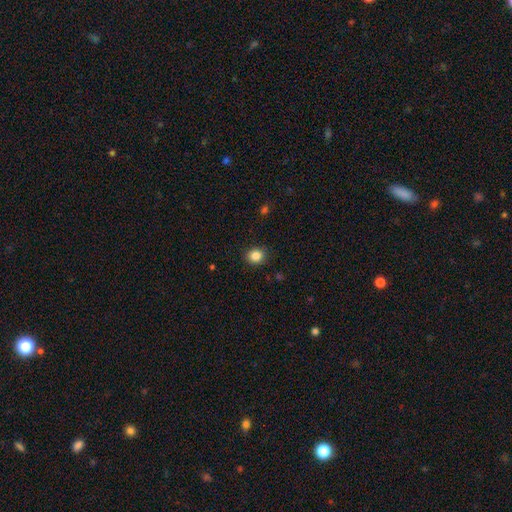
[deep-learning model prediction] A smooth galaxy with no disk features (85%) that is round (70%). Merging: none (89%).